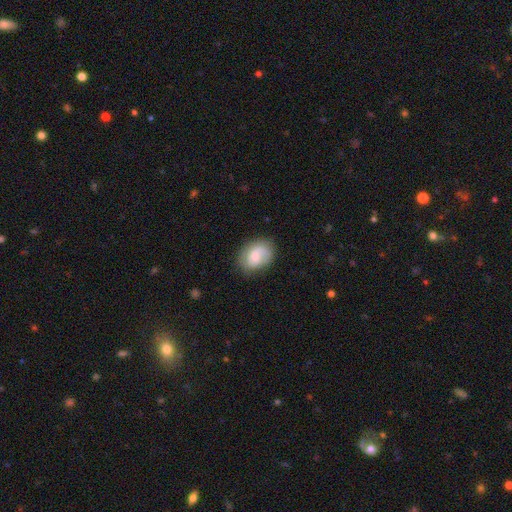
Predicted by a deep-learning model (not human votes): smooth-or-featured: smooth: 56% | featured or disk: 37% | star or artifact: 7%
  how-rounded: in between: 63% | round: 36% | cigar-shaped: 1%
  merging: none: 72% | minor disturbance: 19% | major disturbance: 7% | merger: 2%